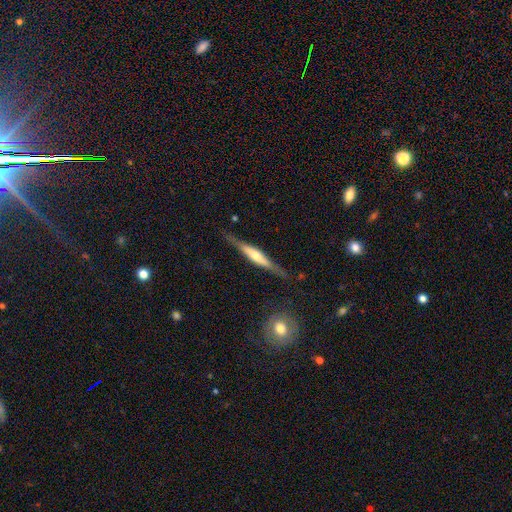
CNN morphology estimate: smooth-or-featured: featured or disk: 67% | smooth: 28% | star or artifact: 5%
  disk-edge-on: yes: 95% | no: 5%
    edge-on-bulge: rounded: 68% | boxy: 19% | none: 14%
  merging: none: 80% | minor disturbance: 14% | major disturbance: 4% | merger: 2%